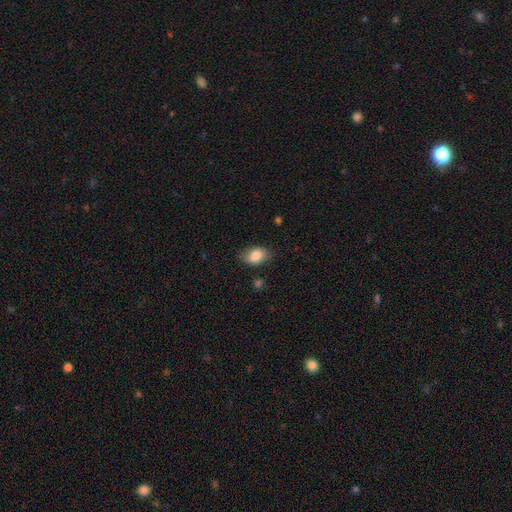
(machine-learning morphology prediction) smooth-or-featured: smooth: 83% | featured or disk: 10% | star or artifact: 7%
  how-rounded: in between: 87% | round: 11% | cigar-shaped: 2%
  merging: none: 78% | minor disturbance: 17% | major disturbance: 4% | merger: 1%